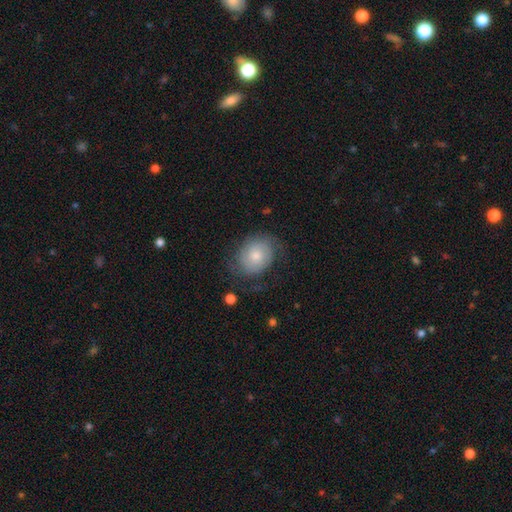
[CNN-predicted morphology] Q: Smooth or featured?
A: smooth (49%); runner-up: featured or disk (43%)
Q: Merging?
A: none (64%); runner-up: minor disturbance (22%)